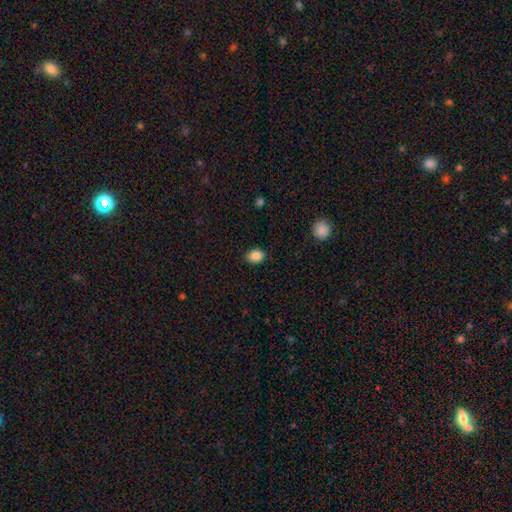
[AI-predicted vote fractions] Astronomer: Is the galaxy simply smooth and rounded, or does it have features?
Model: smooth — 87%.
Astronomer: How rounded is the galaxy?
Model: in between — 65%.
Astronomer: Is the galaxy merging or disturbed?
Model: none — 87%.